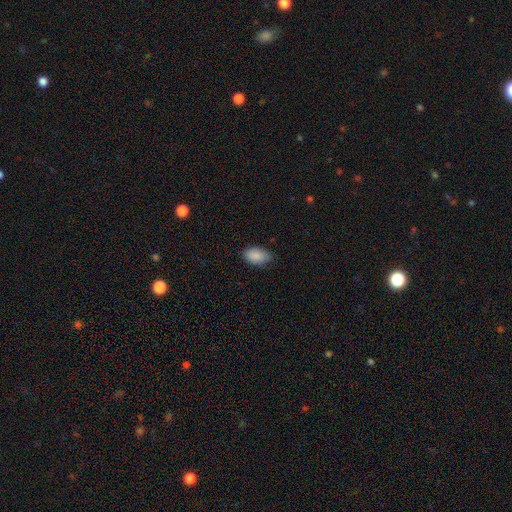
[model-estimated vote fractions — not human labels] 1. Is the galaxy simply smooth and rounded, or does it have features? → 89% smooth, 7% star or artifact, 4% featured or disk.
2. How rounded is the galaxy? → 93% in between, 6% round, 2% cigar-shaped.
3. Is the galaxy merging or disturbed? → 77% none, 19% minor disturbance, 3% major disturbance, 1% merger.